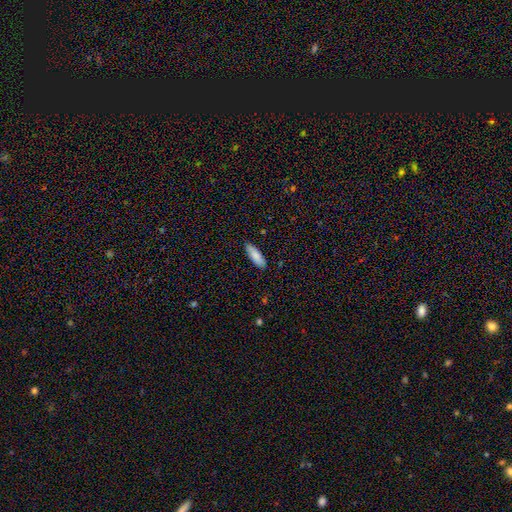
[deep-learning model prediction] A smooth galaxy with no disk features (85%) that is in between round and cigar-shaped (60%).

Vote fractions:
- Smooth or featured? smooth: 85% / featured or disk: 9% / star or artifact: 6%
- How rounded? in between: 60% / cigar-shaped: 38% / round: 2%
- Merging? none: 87% / minor disturbance: 10% / major disturbance: 2% / merger: 1%